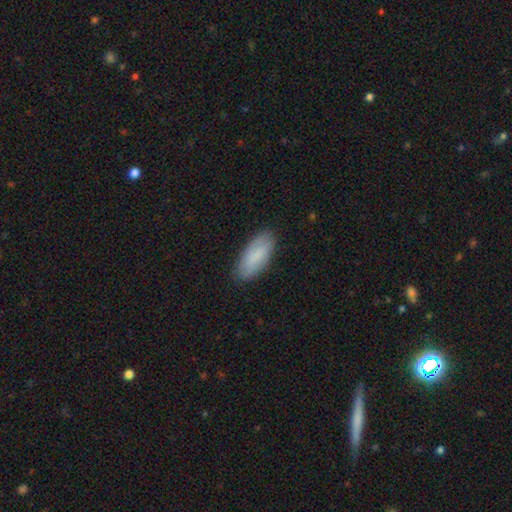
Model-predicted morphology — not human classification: Overall: smooth (83%). How rounded: in between (82%). Merging: none (85%).